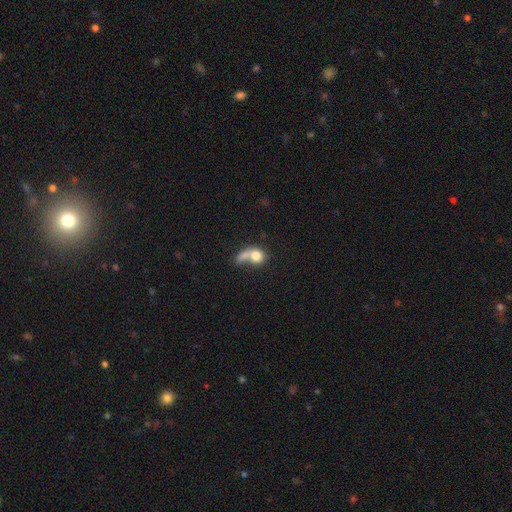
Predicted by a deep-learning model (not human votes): A smooth galaxy with no disk features (73%) that is round (64%). Merging: merger (43%).